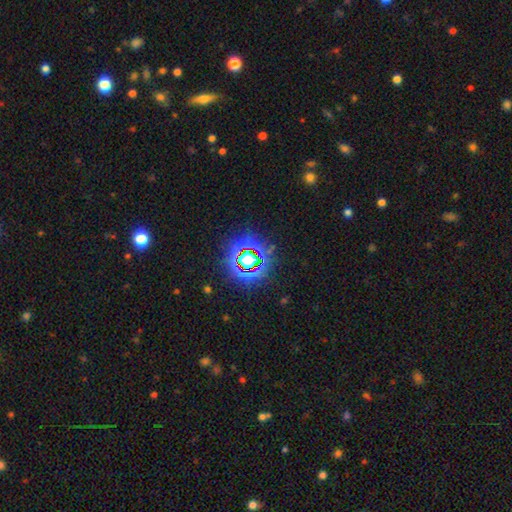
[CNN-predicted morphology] Smooth or featured: star or artifact — 80% (smooth — 12%)